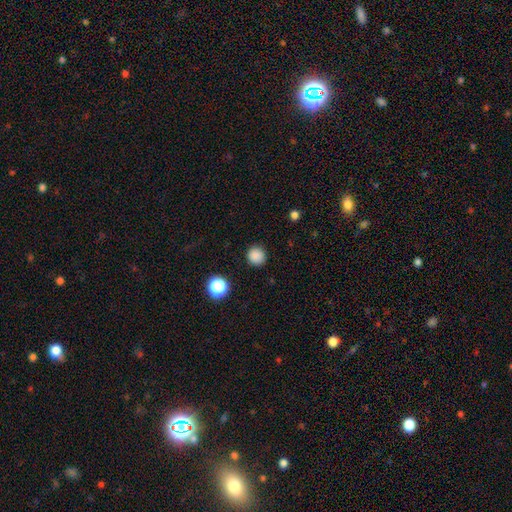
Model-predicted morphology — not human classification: smooth 85%, star or artifact 12%, featured or disk 3%. Down the decision tree: how rounded — round (92%); merging — none (89%).